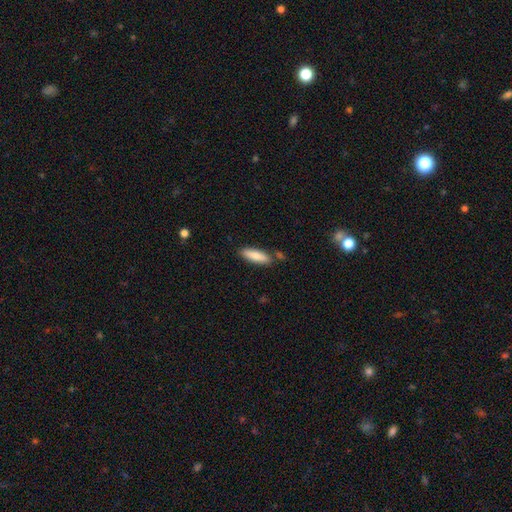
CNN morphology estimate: Smooth or featured? smooth (81%)
How rounded? cigar-shaped (55%)
Merging? none (80%)